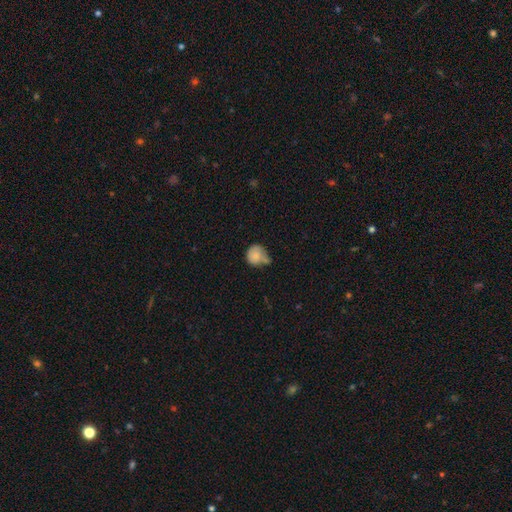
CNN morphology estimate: The model was most divided on "merging": none: 40%, minor disturbance: 31%, merger: 19%, major disturbance: 10%. More confident: smooth or featured — smooth (80%); how rounded — round (79%).